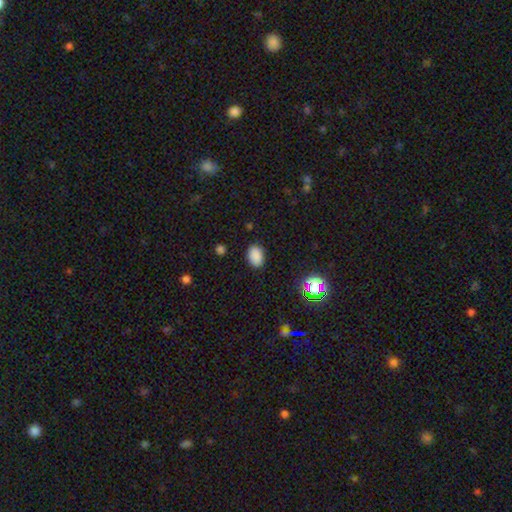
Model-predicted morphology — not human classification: This is clearly a smooth galaxy (84%). How rounded: clearly in between (82%). Merging: clearly none (86%).